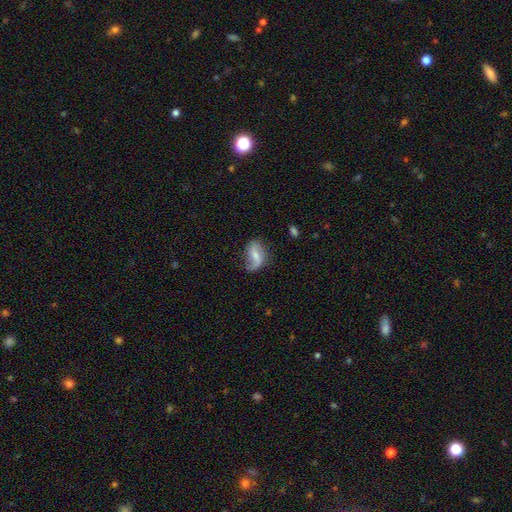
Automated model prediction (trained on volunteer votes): The model was most divided on "bulge size": small: 45%, moderate: 40%, none: 11%, large: 3%, dominant: 1%. Remaining: edge-on disk — no (96%); spiral arms — yes (87%); spiral winding — loose (72%); spiral arm count — 2 (72%); smooth or featured — featured or disk (65%); merging — none (57%); bar — weak (45%).